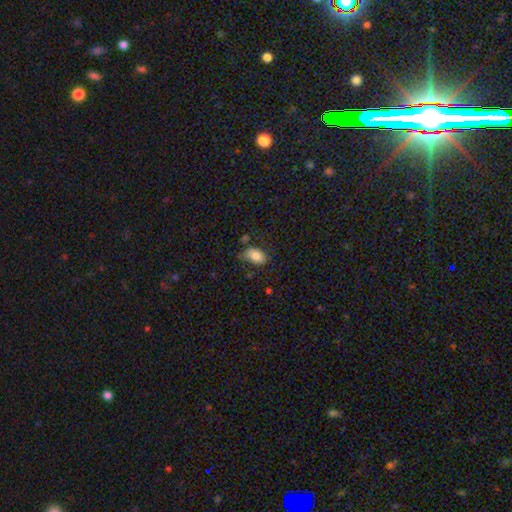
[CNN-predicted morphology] A smooth galaxy with no disk features (83%) that is in between round and cigar-shaped (91%). Merging: none (69%).